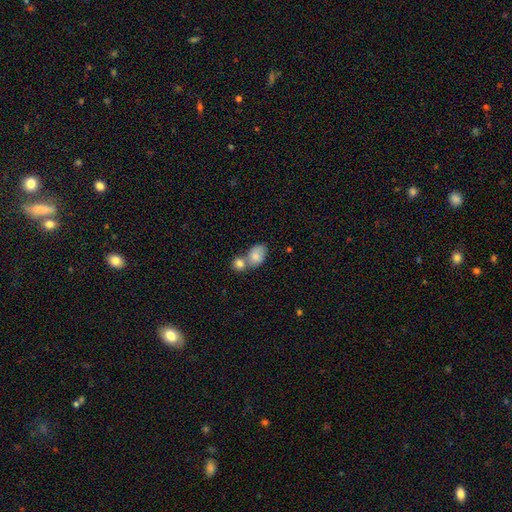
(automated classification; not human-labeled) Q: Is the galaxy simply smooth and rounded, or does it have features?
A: smooth — 79%.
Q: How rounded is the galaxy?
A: in between — 76%.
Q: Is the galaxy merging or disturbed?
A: merger — 57%.